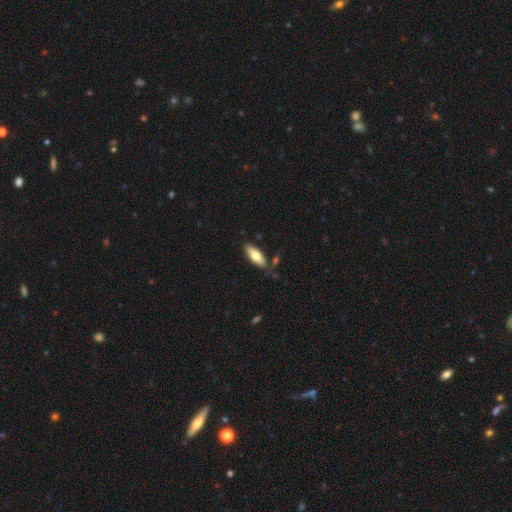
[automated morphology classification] Smooth or featured?
  - smooth: 72% *
  - featured or disk: 23%
  - star or artifact: 6%
How rounded?
  - in between: 72% *
  - cigar-shaped: 26%
  - round: 2%
Merging?
  - none: 79% *
  - minor disturbance: 14%
  - merger: 4%
  - major disturbance: 3%